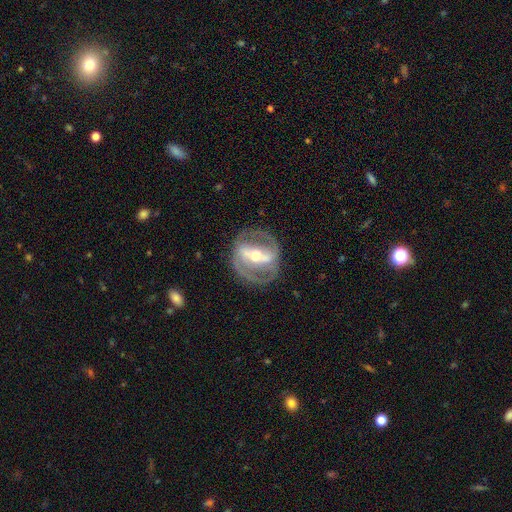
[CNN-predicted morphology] Overall: featured or disk (83%). Edge-on disk: no (93%). Bar: strong (67%). Spiral arms: yes (74%). Spiral arm count: 2 (83%). Spiral winding: medium (45%; tight 38%). Bulge size: moderate (65%; small 26%). Merging: none (75%).